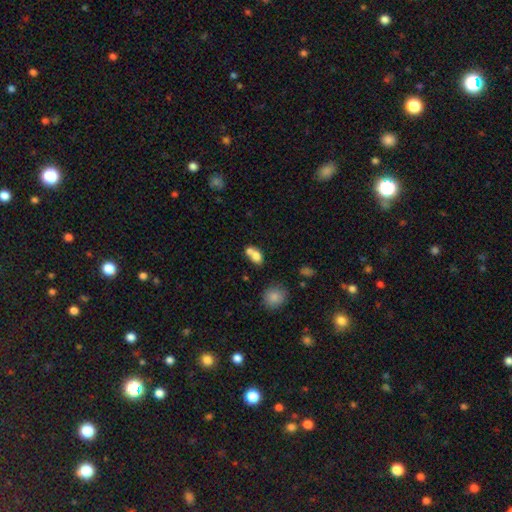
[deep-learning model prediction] Smooth or featured? Predicted: smooth (p=0.75). How rounded? Predicted: in between (p=0.63). Merging? Predicted: merger (p=0.57).